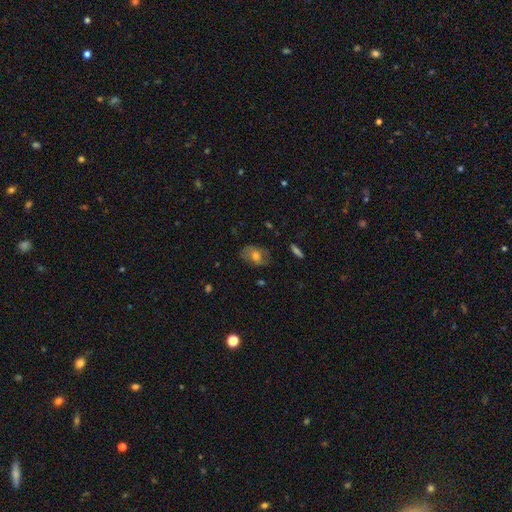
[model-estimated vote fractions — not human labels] This appears to be a smooth galaxy with no disk features (54%) that is in between round and cigar-shaped (77%). Merging: none (69%).